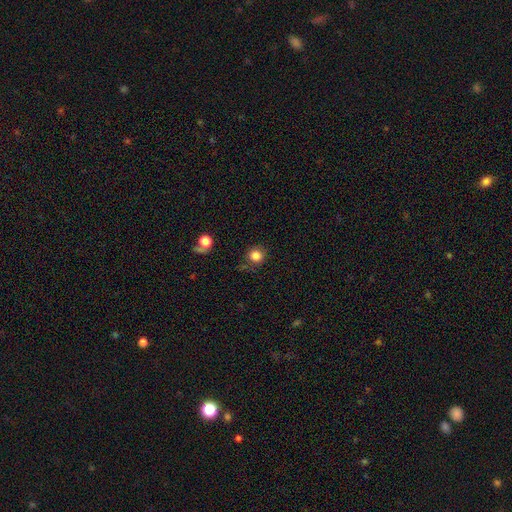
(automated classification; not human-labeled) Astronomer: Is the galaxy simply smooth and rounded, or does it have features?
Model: smooth — 83%.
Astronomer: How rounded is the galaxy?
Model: round — 91%.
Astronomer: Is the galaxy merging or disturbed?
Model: none — 78%.